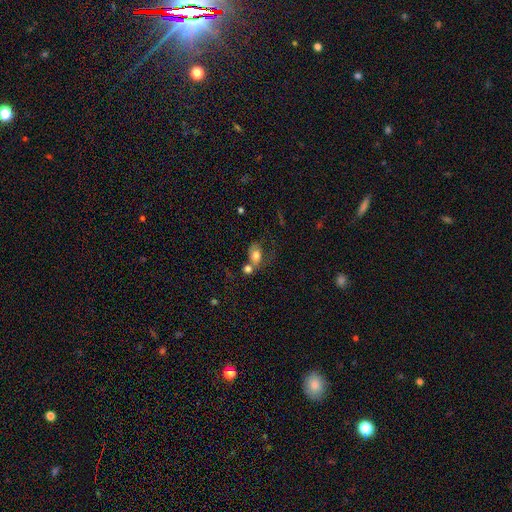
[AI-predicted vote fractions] Morphology: type=smooth (76%); roundness=in between (78%); merging=merger (46%).